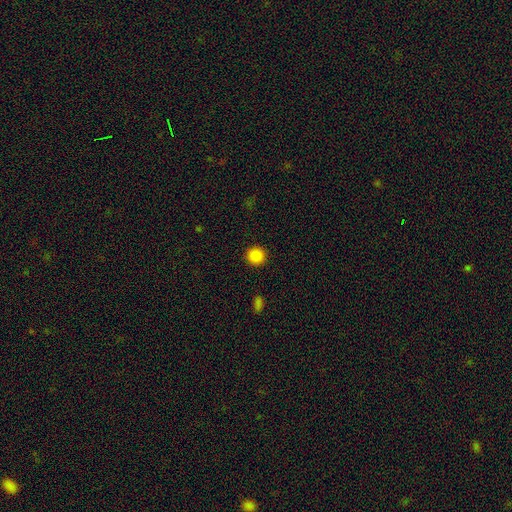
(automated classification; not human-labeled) This appears to be a smooth galaxy with no disk features (87%) that is round (94%). Merging: none (93%).